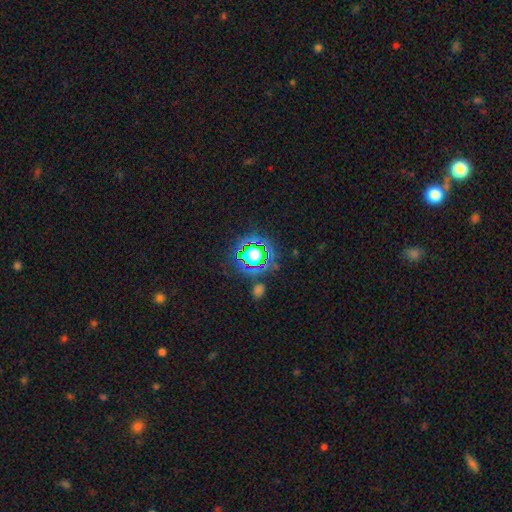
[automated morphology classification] smooth_or_featured: star or artifact (p=0.62) [alt: smooth p=0.26]